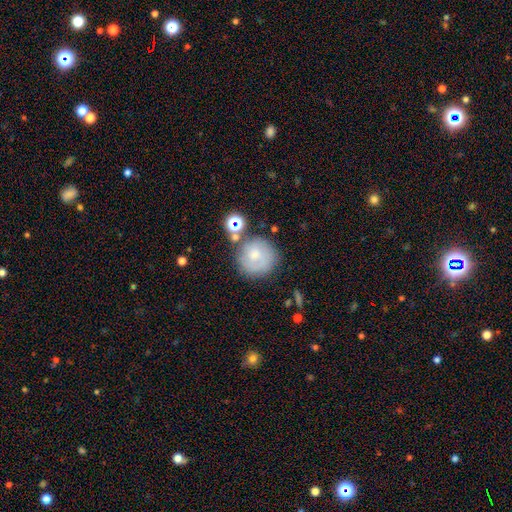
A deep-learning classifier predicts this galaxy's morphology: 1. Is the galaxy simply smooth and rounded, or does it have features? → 62% smooth, 27% featured or disk, 11% star or artifact.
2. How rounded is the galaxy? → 92% round, 7% in between, 1% cigar-shaped.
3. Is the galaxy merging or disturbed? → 65% none, 17% minor disturbance, 10% merger, 7% major disturbance.